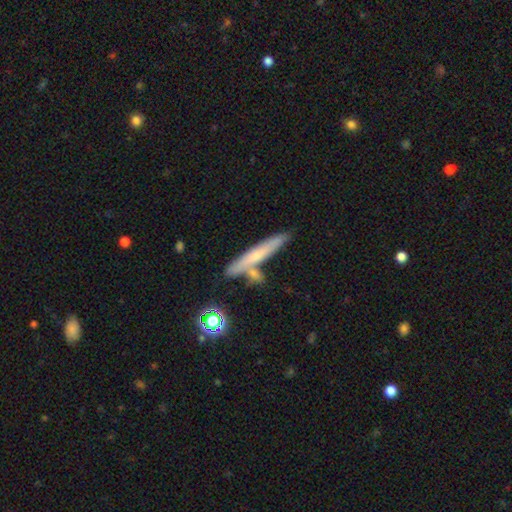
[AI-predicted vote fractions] A smooth galaxy with no disk features (53%) that is cigar-shaped (91%). Merging: none (69%).